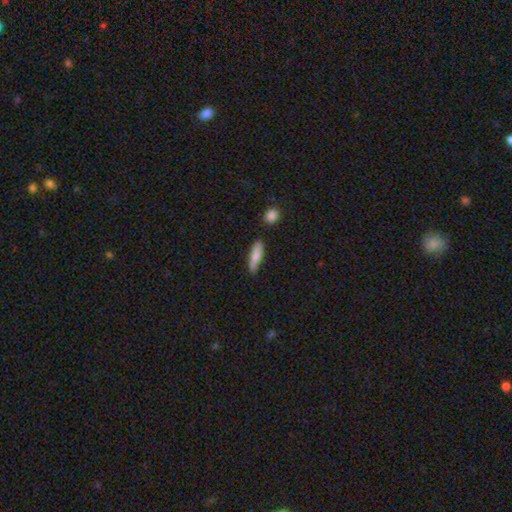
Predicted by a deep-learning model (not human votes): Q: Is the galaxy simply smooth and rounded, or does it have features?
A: smooth — 80%.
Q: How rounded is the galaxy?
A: cigar-shaped — 56%.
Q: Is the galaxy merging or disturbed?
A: none — 65%.